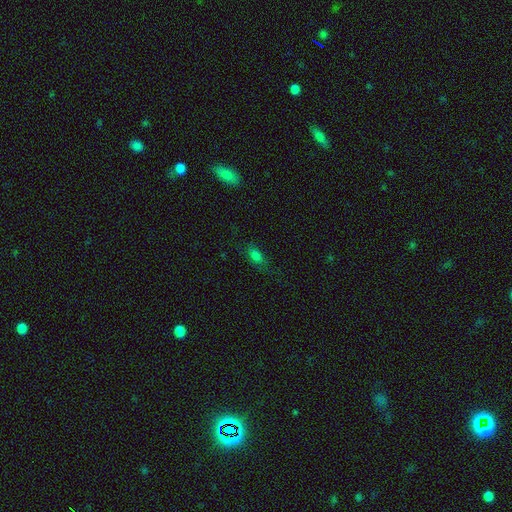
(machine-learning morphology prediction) This is likely a smooth galaxy (74%). How rounded: likely in between (80%). Merging: likely none (67%).